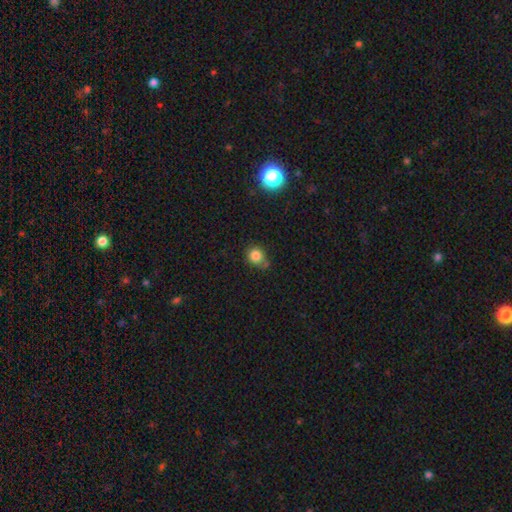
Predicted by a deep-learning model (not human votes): Morphology: type=smooth (82%); roundness=round (77%); merging=none (58%).